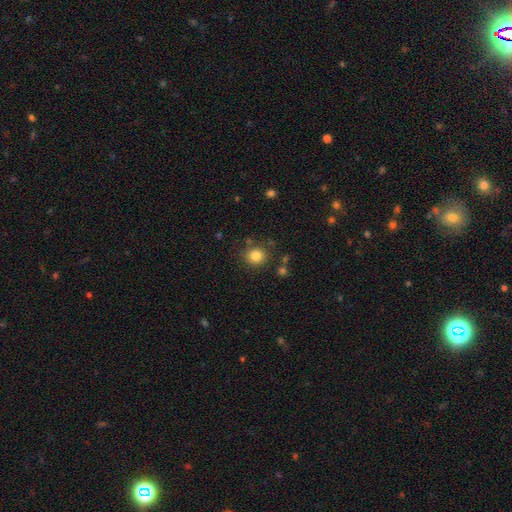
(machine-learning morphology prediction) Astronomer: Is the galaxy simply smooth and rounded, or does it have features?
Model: smooth — 83%.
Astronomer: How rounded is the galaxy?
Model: round — 88%.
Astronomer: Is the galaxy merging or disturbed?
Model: none — 82%.